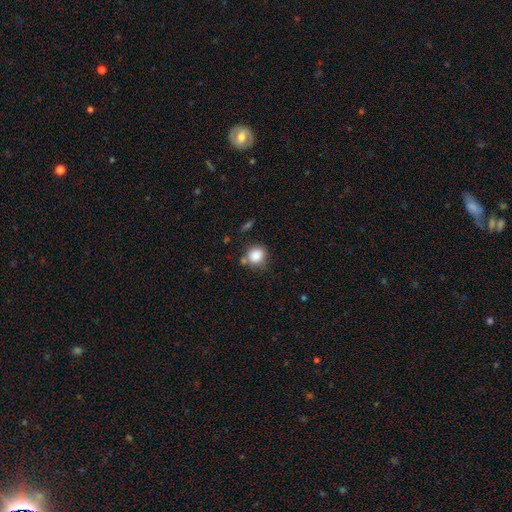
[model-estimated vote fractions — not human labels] Smooth or featured?
  - smooth: 86% *
  - star or artifact: 9%
  - featured or disk: 5%
How rounded?
  - round: 78% *
  - in between: 21%
  - cigar-shaped: 1%
Merging?
  - none: 68% *
  - minor disturbance: 17%
  - merger: 10%
  - major disturbance: 5%